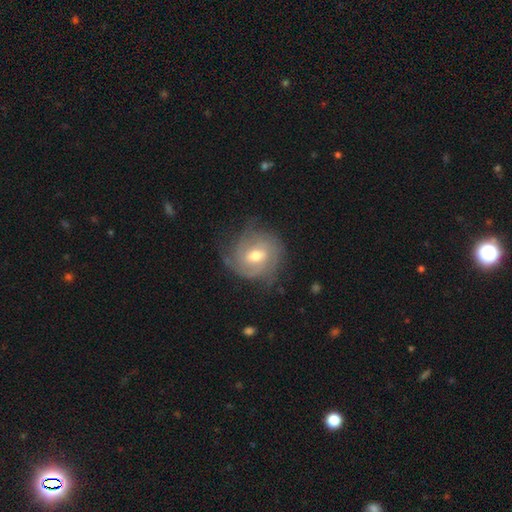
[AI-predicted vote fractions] Smooth or featured?
  - featured or disk: 74% *
  - smooth: 20%
  - star or artifact: 7%
Edge-on disk?
  - no: 97% *
  - yes: 3%
Bar?
  - weak: 45% *
  - no: 44%
  - strong: 11%
Spiral arms?
  - yes: 89% *
  - no: 11%
Spiral winding?
  - tight: 60% *
  - medium: 30%
  - loose: 10%
Spiral arm count?
  - can't tell: 35% *
  - 2: 28%
  - 3: 21%
  - 4: 7%
  - 1: 6%
  - more than 4: 4%
Bulge size?
  - moderate: 72% *
  - small: 21%
  - large: 5%
  - none: 1%
  - dominant: 1%
Merging?
  - none: 68% *
  - minor disturbance: 21%
  - major disturbance: 9%
  - merger: 1%